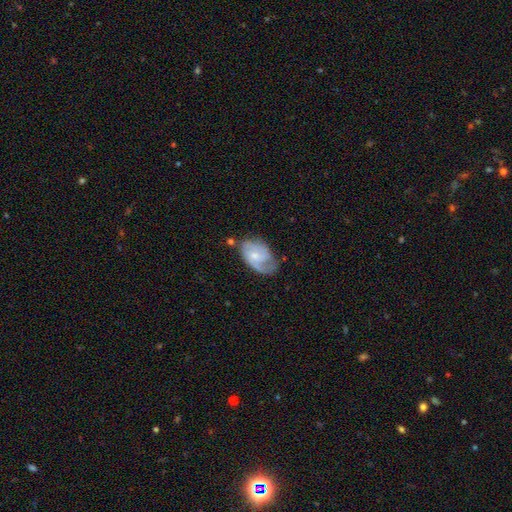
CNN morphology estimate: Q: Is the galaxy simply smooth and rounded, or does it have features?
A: featured or disk — 69%.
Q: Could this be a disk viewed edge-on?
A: no — 97%.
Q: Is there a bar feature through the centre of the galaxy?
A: no — 63%.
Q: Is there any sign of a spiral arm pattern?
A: yes — 89%.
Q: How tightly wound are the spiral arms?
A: medium — 45%.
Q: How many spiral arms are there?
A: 2 — 46%.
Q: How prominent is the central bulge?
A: small — 60%.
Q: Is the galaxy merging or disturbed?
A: none — 50%.